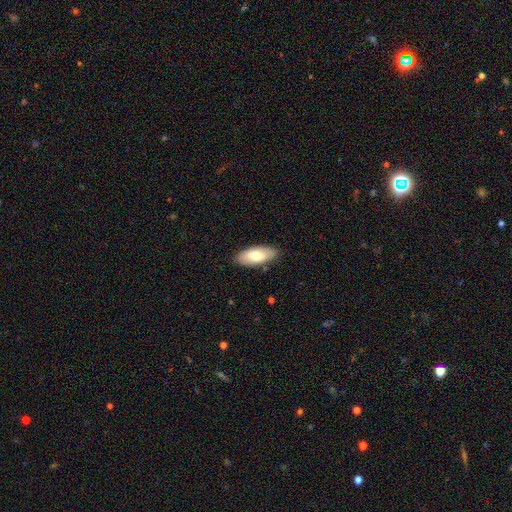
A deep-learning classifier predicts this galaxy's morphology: A smooth galaxy with no disk features (73%) that is in between round and cigar-shaped (85%).

Vote fractions:
- Smooth or featured? smooth: 73% / featured or disk: 21% / star or artifact: 6%
- How rounded? in between: 85% / cigar-shaped: 13% / round: 2%
- Merging? none: 86% / minor disturbance: 10% / major disturbance: 2% / merger: 1%